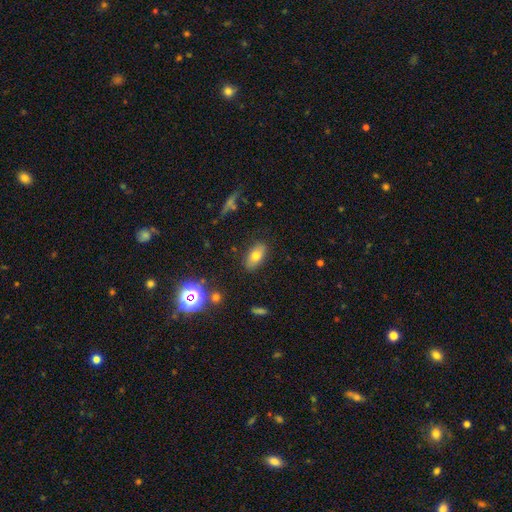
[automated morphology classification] Smooth or featured: smooth — 71% (featured or disk — 17%)
How rounded: in between — 88% (round — 6%)
Merging: none — 85% (minor disturbance — 11%)